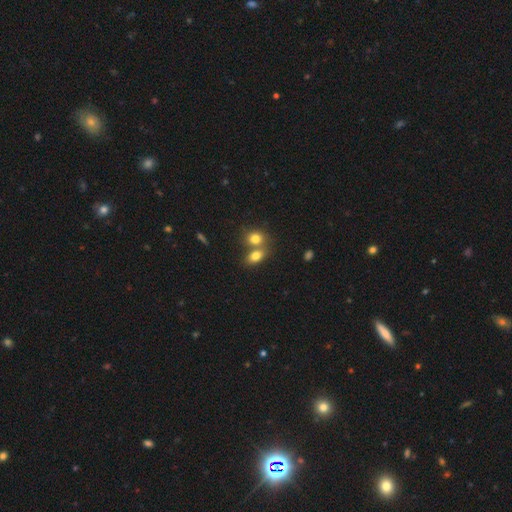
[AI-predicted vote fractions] Smooth or featured?
  - smooth: 78% *
  - featured or disk: 11%
  - star or artifact: 10%
How rounded?
  - in between: 73% *
  - round: 25%
  - cigar-shaped: 2%
Merging?
  - merger: 53% *
  - none: 36%
  - minor disturbance: 8%
  - major disturbance: 3%